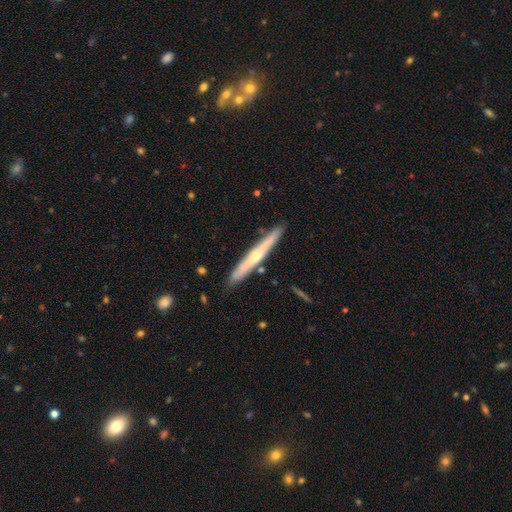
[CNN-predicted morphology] Overall: featured or disk (63%; smooth 32%). Edge-on disk: yes (94%). Edge-on bulge: rounded (75%). Merging: none (87%).